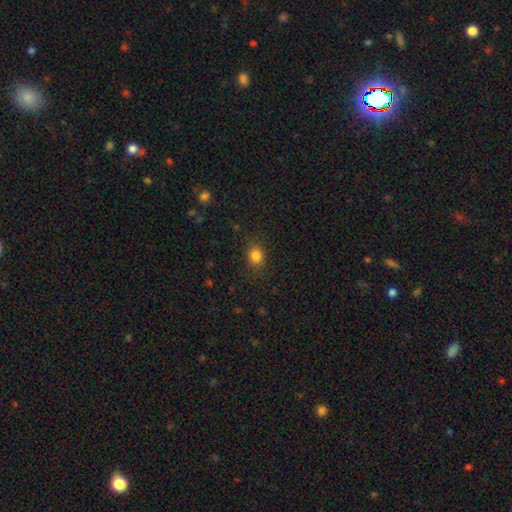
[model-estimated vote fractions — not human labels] smooth-or-featured: smooth: 83% | star or artifact: 12% | featured or disk: 5%
  how-rounded: round: 61% | in between: 38% | cigar-shaped: 1%
  merging: none: 85% | minor disturbance: 10% | major disturbance: 3% | merger: 1%